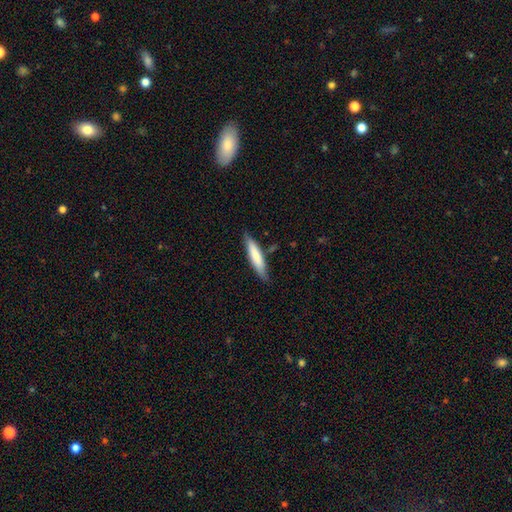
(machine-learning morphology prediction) A smooth galaxy with no disk features (75%) that is cigar-shaped (82%). Merging: none (81%).